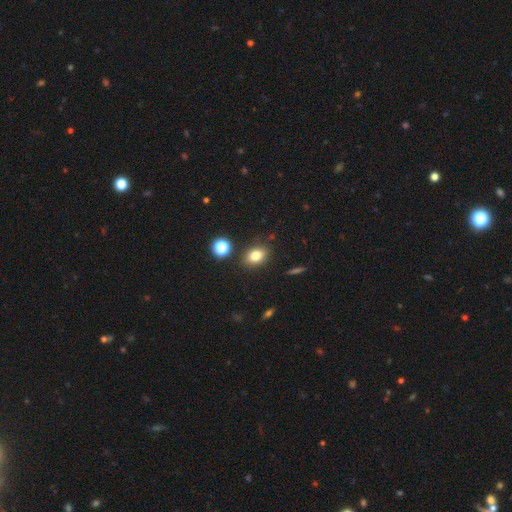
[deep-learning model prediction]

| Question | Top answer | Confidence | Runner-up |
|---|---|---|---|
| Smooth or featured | smooth | 79% | star or artifact (12%) |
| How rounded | in between | 69% | round (30%) |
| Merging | none | 83% | minor disturbance (10%) |